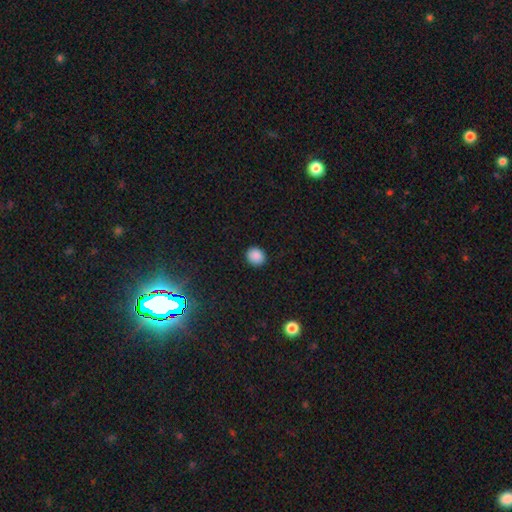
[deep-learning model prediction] Smooth or featured? smooth (88%)
How rounded? round (82%)
Merging? none (92%)